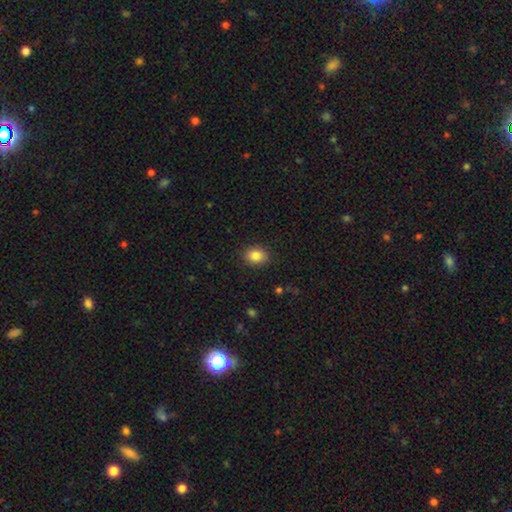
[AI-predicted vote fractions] The model was most divided on "how rounded": in between: 58%, round: 41%, cigar-shaped: 1%. More confident: merging — none (89%); smooth or featured — smooth (85%).